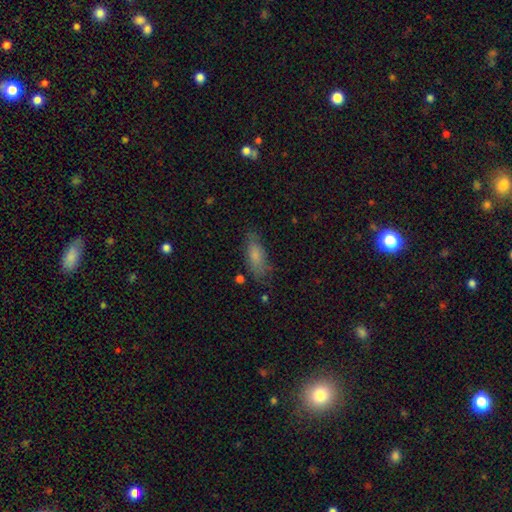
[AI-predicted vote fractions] Smooth or featured? smooth (74%)
How rounded? in between (69%)
Merging? none (73%)